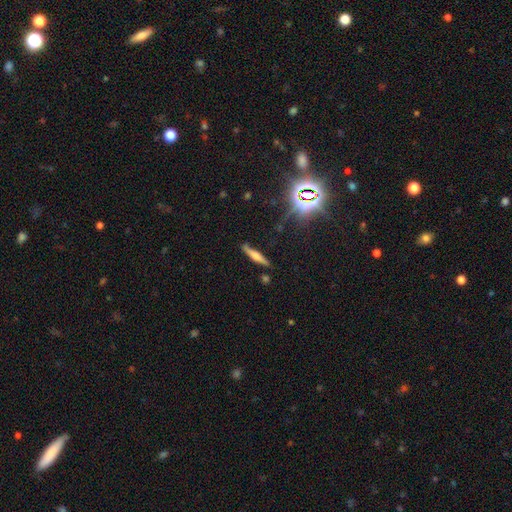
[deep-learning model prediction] Overall: featured or disk (48%; smooth 40%). Merging: none (83%).